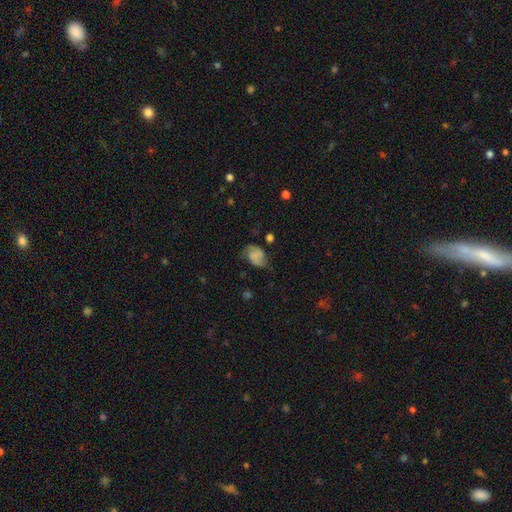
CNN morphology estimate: smooth 56%, featured or disk 33%, star or artifact 11%. Down the decision tree: how rounded — in between (77%); merging — none (49%).